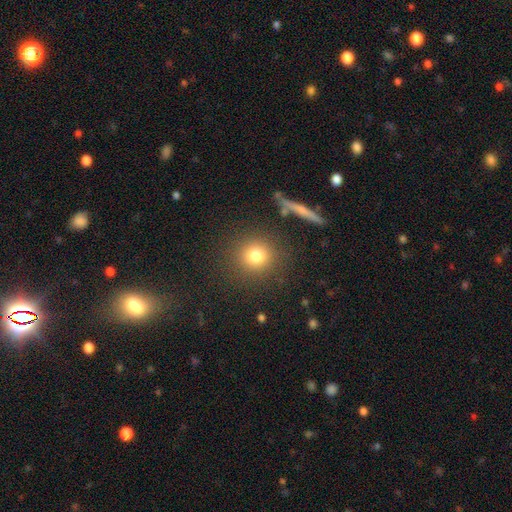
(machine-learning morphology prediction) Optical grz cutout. It shows a smooth galaxy with no disk features (78%) that is round (91%). Merging: none (86%).